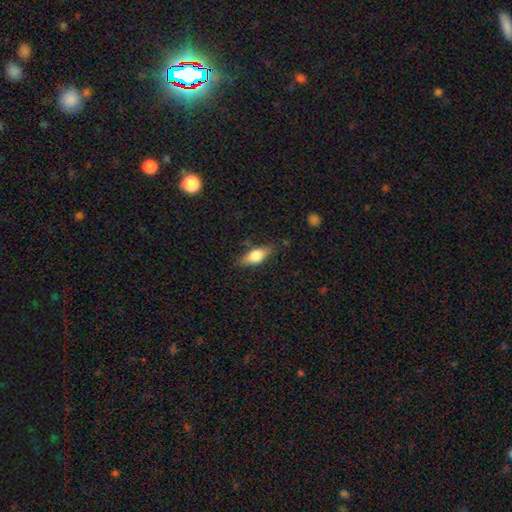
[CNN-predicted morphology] smooth 66%, featured or disk 27%, star or artifact 7%. Down the decision tree: how rounded — in between (76%); merging — none (75%).